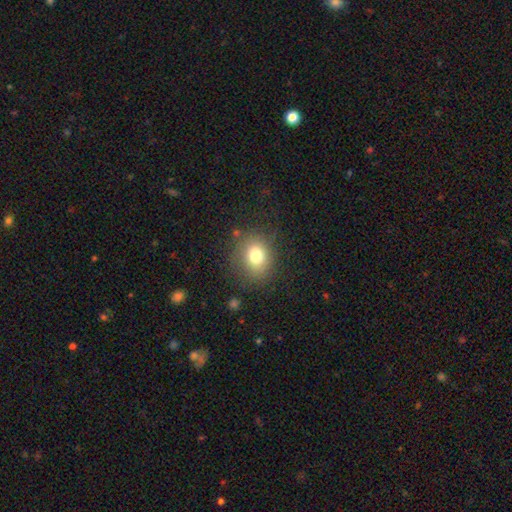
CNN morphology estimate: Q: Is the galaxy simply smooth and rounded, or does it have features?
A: smooth — 77%.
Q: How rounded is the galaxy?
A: round — 62%.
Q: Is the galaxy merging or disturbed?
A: none — 78%.